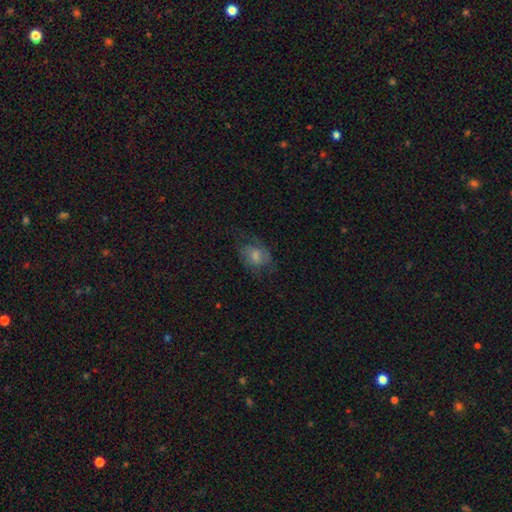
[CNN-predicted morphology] The model was most divided on "smooth or featured": smooth: 48%, featured or disk: 43%, star or artifact: 9%. Remaining: merging — none (50%).